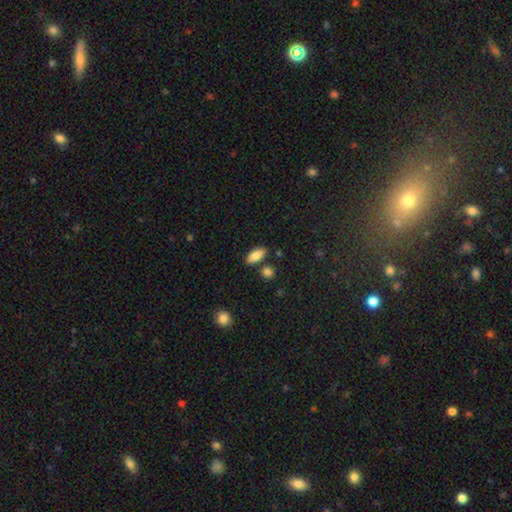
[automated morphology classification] smooth_or_featured: smooth (p=0.85) [alt: featured or disk p=0.08]
how_rounded: in between (p=0.86) [alt: cigar-shaped p=0.11]
merging: none (p=0.81) [alt: minor disturbance p=0.10]